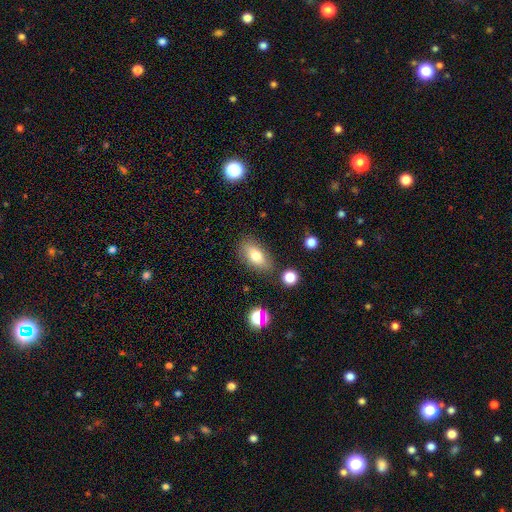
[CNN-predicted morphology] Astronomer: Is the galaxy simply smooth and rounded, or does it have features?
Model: smooth — 75%.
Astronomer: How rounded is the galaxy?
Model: in between — 87%.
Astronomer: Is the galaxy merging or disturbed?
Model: none — 77%.